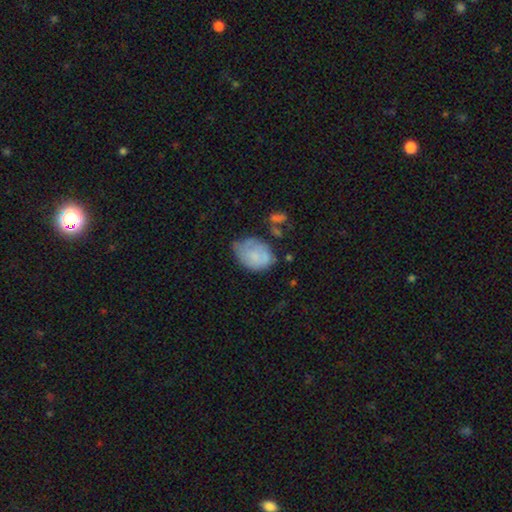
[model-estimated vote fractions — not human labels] smooth 69%, featured or disk 22%, star or artifact 9%. Down the decision tree: how rounded — in between (73%); merging — none (42%).